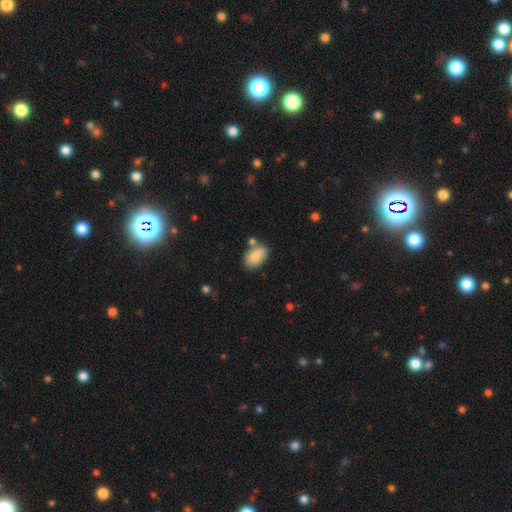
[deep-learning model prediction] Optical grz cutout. It shows a smooth galaxy with no disk features (79%) that is in between round and cigar-shaped (89%). Merging: none (67%).